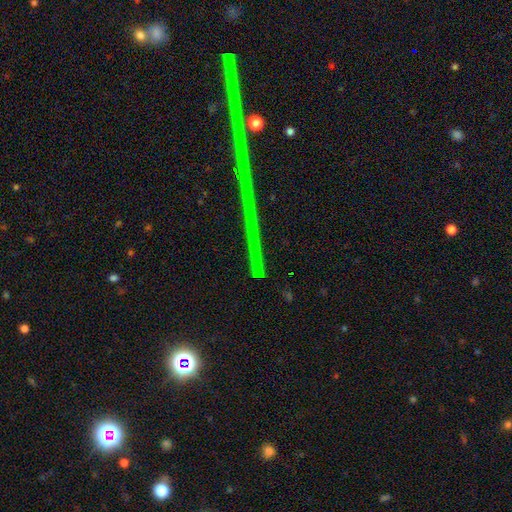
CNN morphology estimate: A star or artifact, not a galaxy (80%).

Vote fractions:
- Smooth or featured? star or artifact: 80% / featured or disk: 12% / smooth: 8%